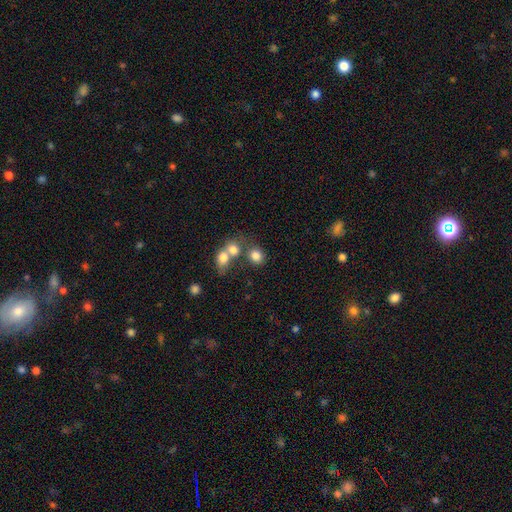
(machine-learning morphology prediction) Smooth or featured: smooth — 80% (star or artifact — 12%)
How rounded: round — 71% (in between — 28%)
Merging: none — 49% (merger — 37%)